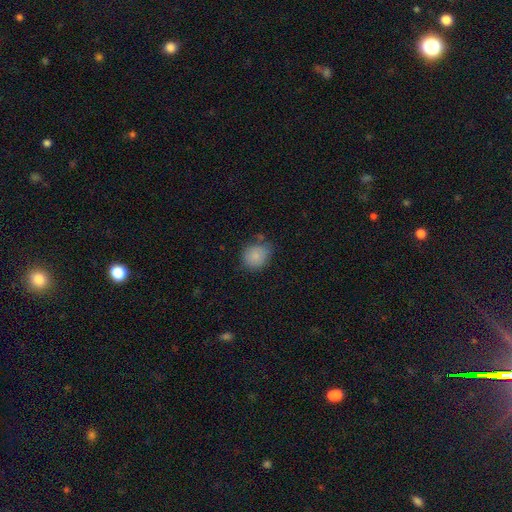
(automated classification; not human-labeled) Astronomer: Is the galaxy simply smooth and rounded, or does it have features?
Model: smooth — 85%.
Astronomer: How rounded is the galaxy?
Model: round — 70%.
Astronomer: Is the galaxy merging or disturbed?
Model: none — 68%.